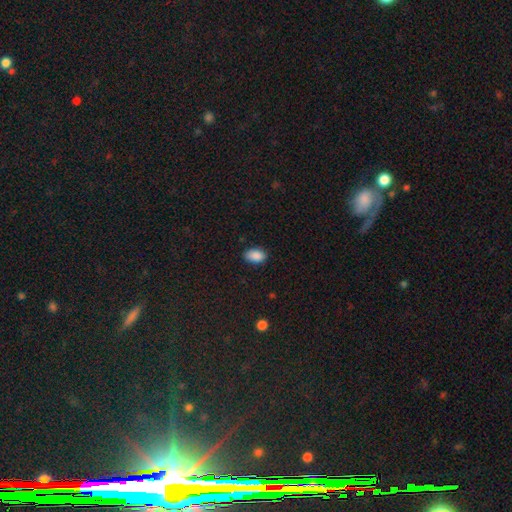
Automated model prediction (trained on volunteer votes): Morphology: type=smooth (89%); roundness=in between (90%); merging=none (84%).